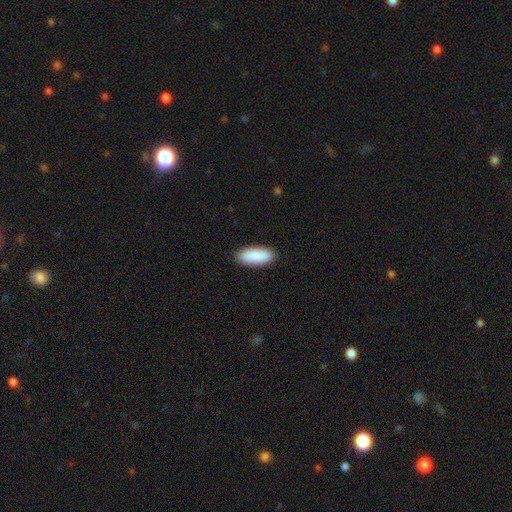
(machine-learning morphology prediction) smooth 89%, featured or disk 6%, star or artifact 5%. Down the decision tree: how rounded — in between (80%); merging — none (89%).